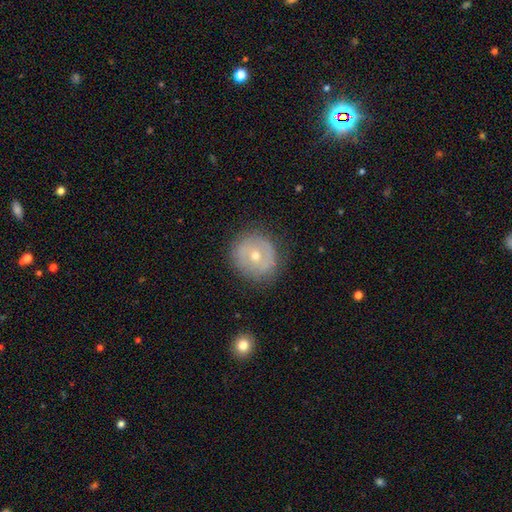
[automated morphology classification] Overall: featured or disk (47%; smooth 44%). Merging: none (79%).